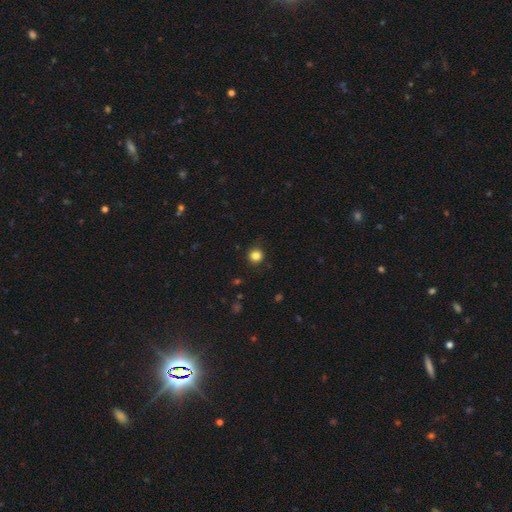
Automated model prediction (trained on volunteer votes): Morphology: type=smooth (84%); roundness=round (94%); merging=none (89%).